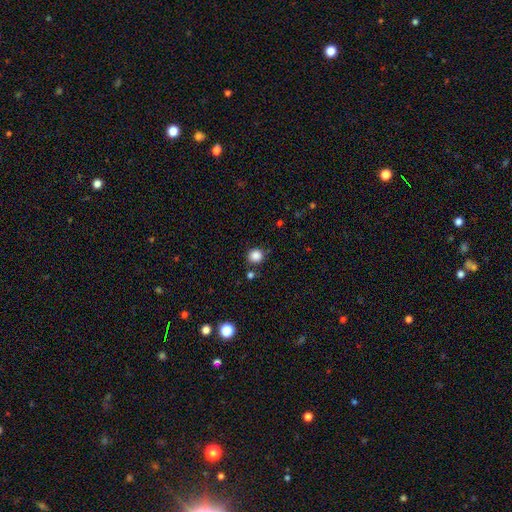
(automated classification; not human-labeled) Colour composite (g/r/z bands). It shows a smooth galaxy with no disk features (85%) that is round (90%). Merging: none (83%).